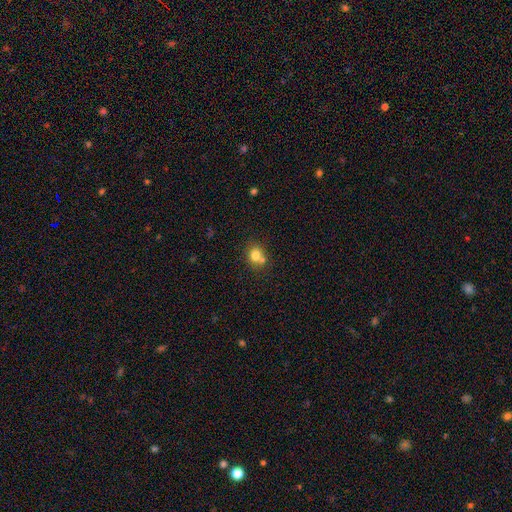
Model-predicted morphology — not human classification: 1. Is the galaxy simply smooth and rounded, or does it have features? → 77% smooth, 12% star or artifact, 11% featured or disk.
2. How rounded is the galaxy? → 75% round, 24% in between, 1% cigar-shaped.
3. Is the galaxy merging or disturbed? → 54% none, 31% merger, 11% minor disturbance, 3% major disturbance.